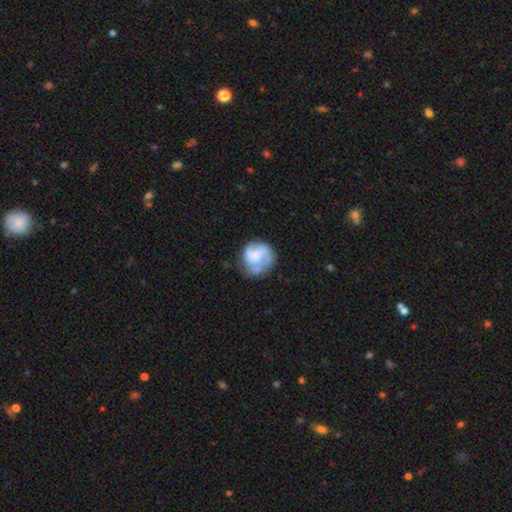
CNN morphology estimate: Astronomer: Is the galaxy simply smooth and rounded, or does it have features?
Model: featured or disk — 50% (runner-up: smooth, 43%).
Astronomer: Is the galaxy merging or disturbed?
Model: none — 56%.